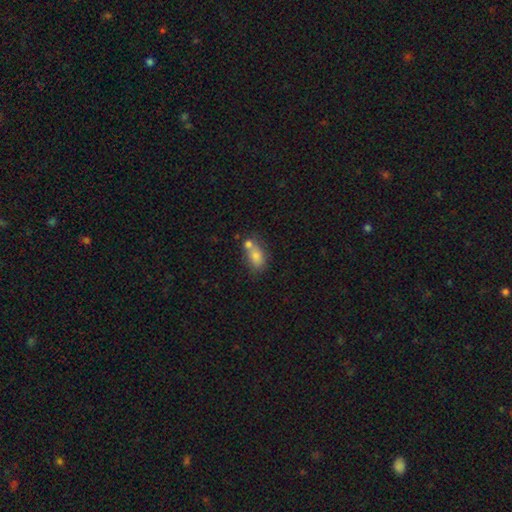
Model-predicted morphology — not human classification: Smooth or featured? smooth (76%)
How rounded? in between (80%)
Merging? none (40%)